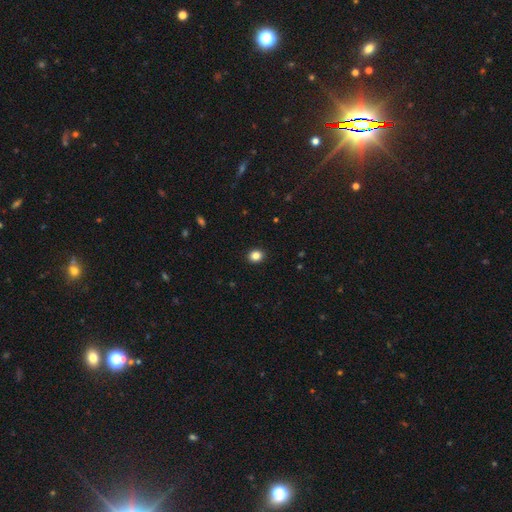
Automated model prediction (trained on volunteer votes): Smooth or featured? Predicted: smooth (p=0.85). How rounded? Predicted: round (p=0.65). Merging? Predicted: none (p=0.92).